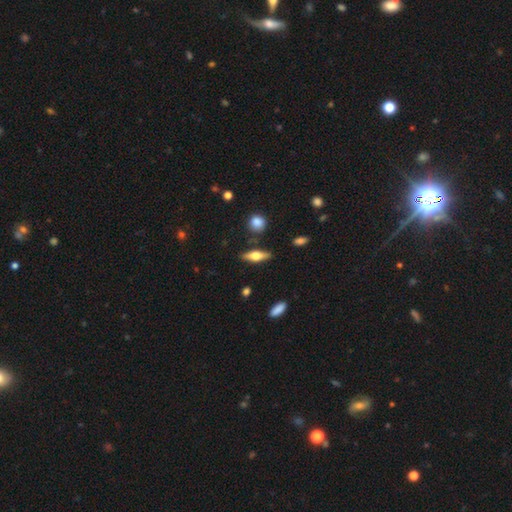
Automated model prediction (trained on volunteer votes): This appears to be a smooth galaxy with no disk features (48%). Merging: none (82%).